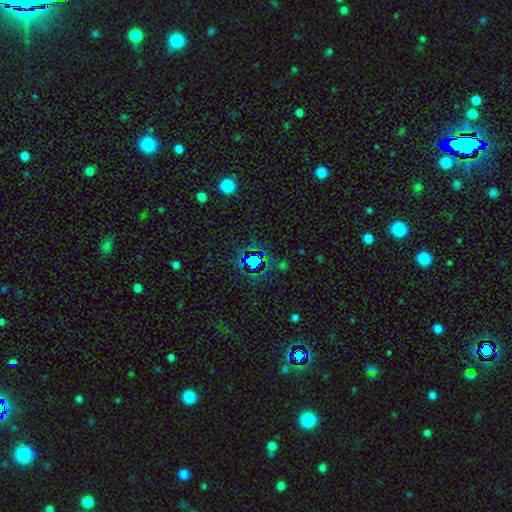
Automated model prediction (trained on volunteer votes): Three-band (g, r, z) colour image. It shows a star or artifact, not a galaxy (74%).